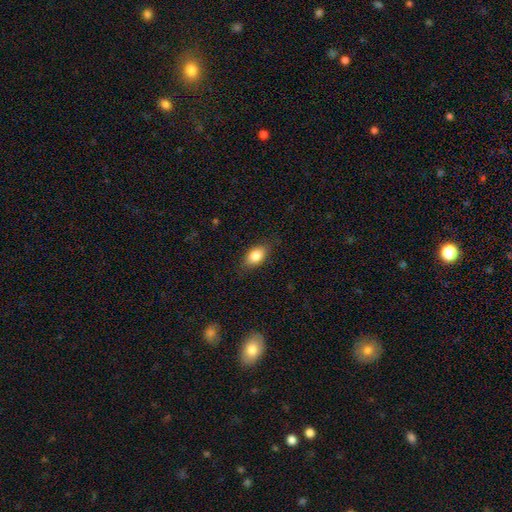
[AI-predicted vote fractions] smooth 83%, featured or disk 10%, star or artifact 7%. Down the decision tree: how rounded — in between (87%); merging — none (83%).